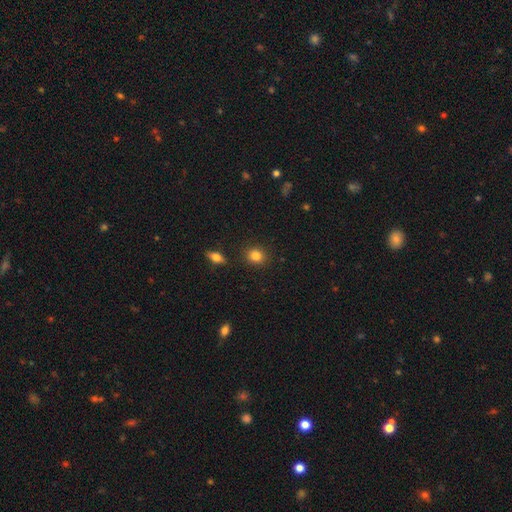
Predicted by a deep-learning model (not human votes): smooth-or-featured: smooth: 84% | star or artifact: 10% | featured or disk: 6%
  how-rounded: round: 76% | in between: 22% | cigar-shaped: 1%
  merging: none: 89% | minor disturbance: 7% | major disturbance: 2% | merger: 2%